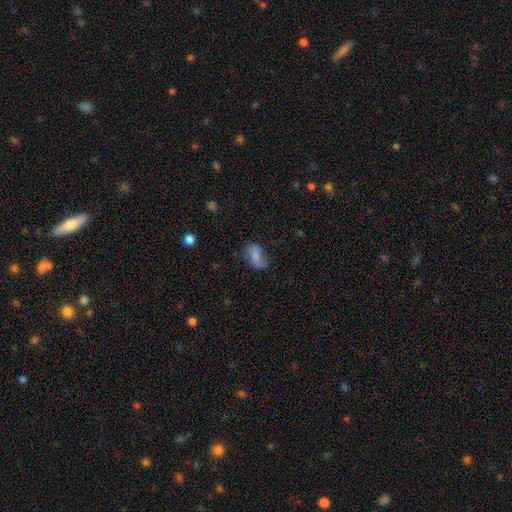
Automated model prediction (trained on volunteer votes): smooth 65%, featured or disk 25%, star or artifact 10%. Down the decision tree: how rounded — in between (89%); merging — none (54%).